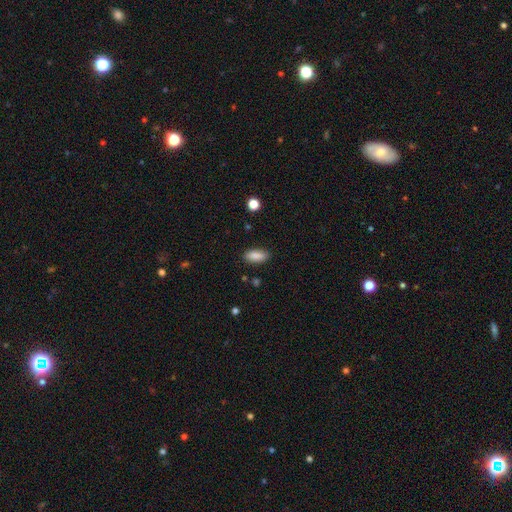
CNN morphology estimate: This is clearly a smooth galaxy (87%). How rounded: clearly in between (85%). Merging: clearly none (86%).